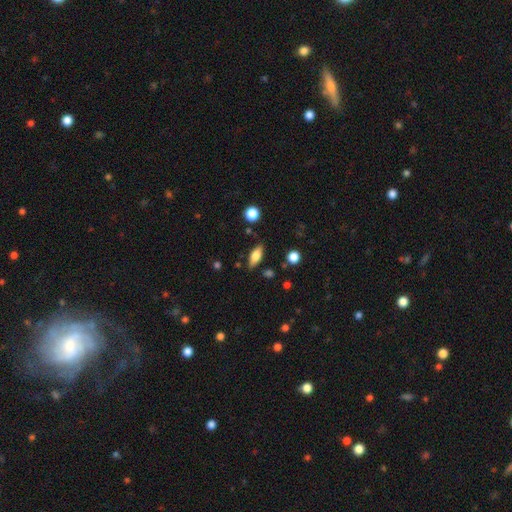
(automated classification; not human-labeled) Smooth or featured? Predicted: smooth (p=0.69). How rounded? Predicted: in between (p=0.77). Merging? Predicted: none (p=0.82).